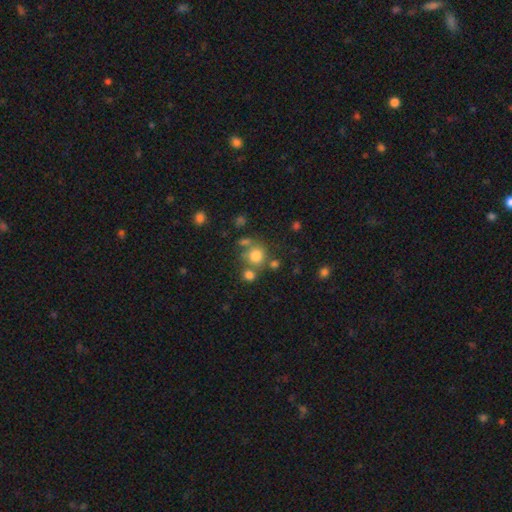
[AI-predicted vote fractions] smooth-or-featured: smooth: 76% | star or artifact: 14% | featured or disk: 10%
  how-rounded: round: 84% | in between: 15% | cigar-shaped: 1%
  merging: none: 59% | merger: 23% | minor disturbance: 12% | major disturbance: 6%